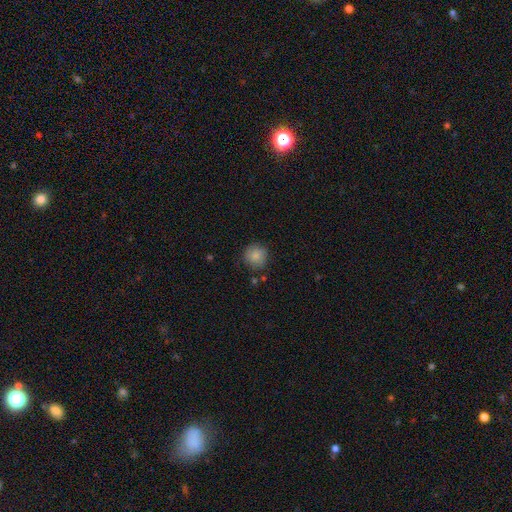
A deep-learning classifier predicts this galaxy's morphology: smooth 86%, star or artifact 8%, featured or disk 6%. Down the decision tree: how rounded — round (92%); merging — none (83%).